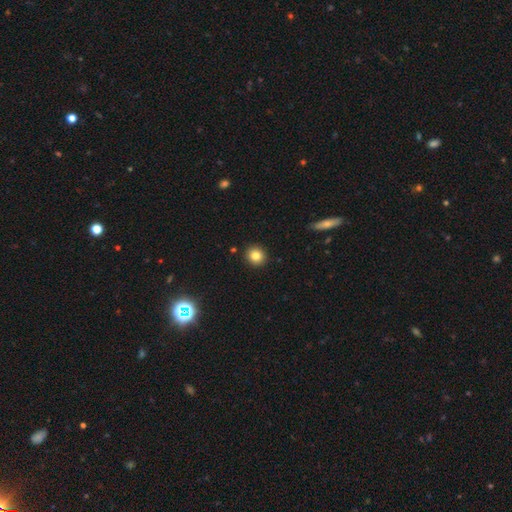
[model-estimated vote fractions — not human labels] Morphology: type=smooth (83%); roundness=round (89%); merging=none (92%).